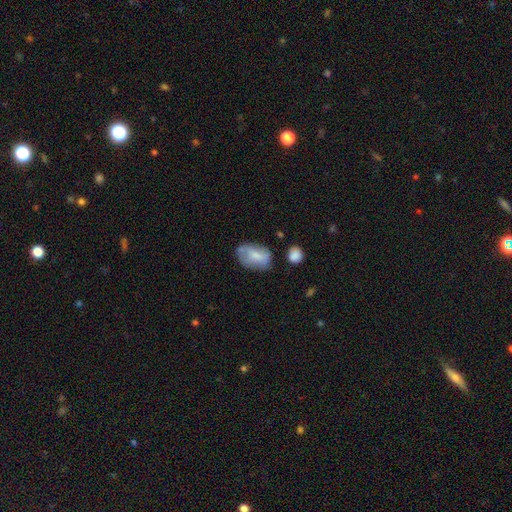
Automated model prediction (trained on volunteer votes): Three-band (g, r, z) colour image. It shows a smooth galaxy with no disk features (69%) that is in between round and cigar-shaped (88%). Merging: none (54%).